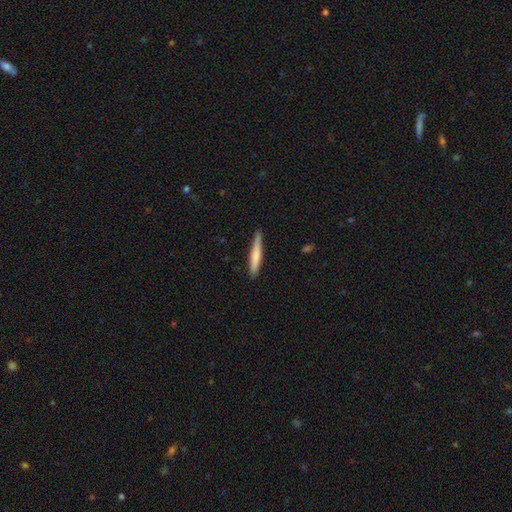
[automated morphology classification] smooth-or-featured: smooth: 67% | featured or disk: 28% | star or artifact: 5%
  how-rounded: cigar-shaped: 94% | in between: 4% | round: 1%
  merging: none: 87% | minor disturbance: 10% | major disturbance: 2% | merger: 1%